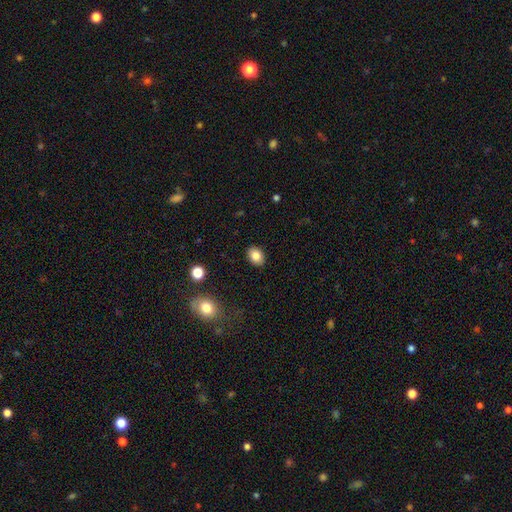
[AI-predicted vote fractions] Smooth or featured? smooth (83%)
How rounded? in between (72%)
Merging? none (89%)